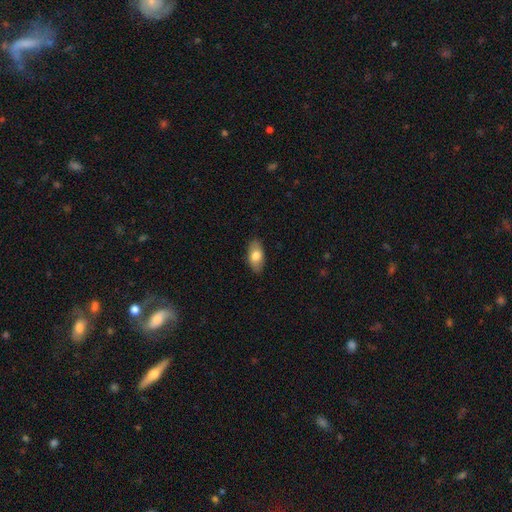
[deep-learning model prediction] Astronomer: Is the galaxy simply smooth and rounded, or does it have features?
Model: smooth — 77%.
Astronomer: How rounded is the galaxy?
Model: in between — 92%.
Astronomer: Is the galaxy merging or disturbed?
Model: none — 86%.